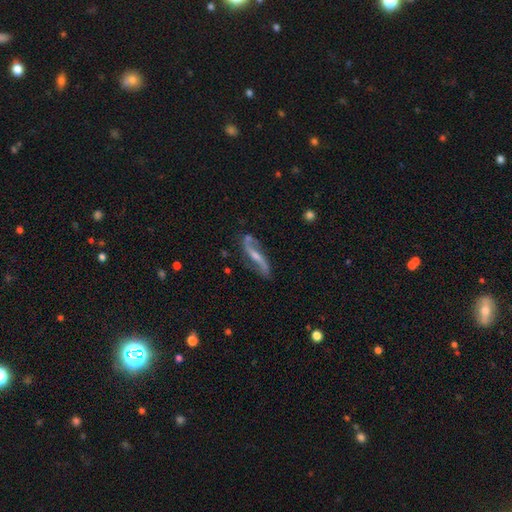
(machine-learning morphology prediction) Q: Smooth or featured?
A: featured or disk (87%); runner-up: smooth (8%)
Q: Edge-on disk?
A: no (84%); runner-up: yes (16%)
Q: Bar?
A: strong (38%); runner-up: weak (35%)
Q: Spiral arms?
A: yes (95%); runner-up: no (5%)
Q: Spiral winding?
A: loose (70%); runner-up: medium (22%)
Q: Spiral arm count?
A: 2 (93%); runner-up: can't tell (2%)
Q: Bulge size?
A: small (53%); runner-up: moderate (36%)
Q: Merging?
A: none (78%); runner-up: minor disturbance (15%)